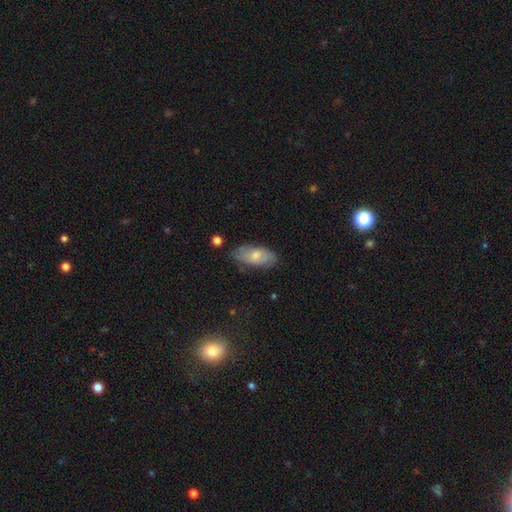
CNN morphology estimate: Q: Smooth or featured?
A: smooth (62%); runner-up: featured or disk (32%)
Q: How rounded?
A: in between (91%); runner-up: cigar-shaped (6%)
Q: Merging?
A: none (68%); runner-up: minor disturbance (24%)